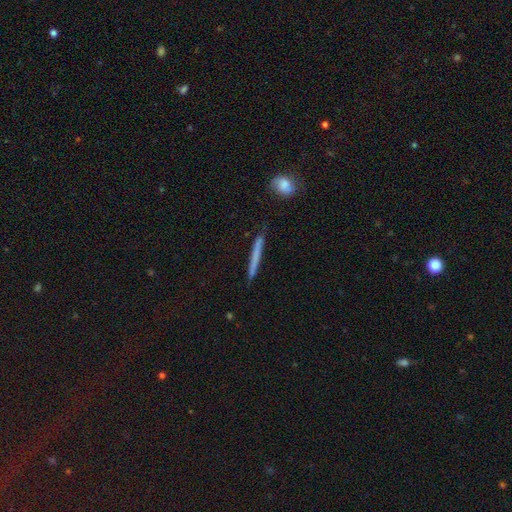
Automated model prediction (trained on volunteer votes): Morphology: type=smooth (62%); roundness=cigar-shaped (96%); merging=none (88%).